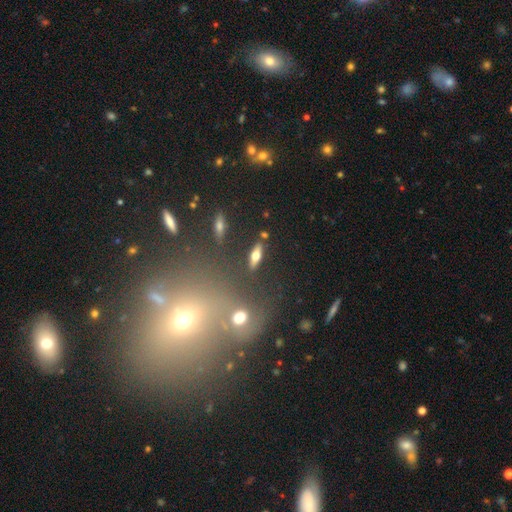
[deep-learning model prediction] Q: Smooth or featured?
A: smooth (51%); runner-up: featured or disk (39%)
Q: How rounded?
A: in between (53%); runner-up: cigar-shaped (43%)
Q: Merging?
A: none (82%); runner-up: minor disturbance (10%)